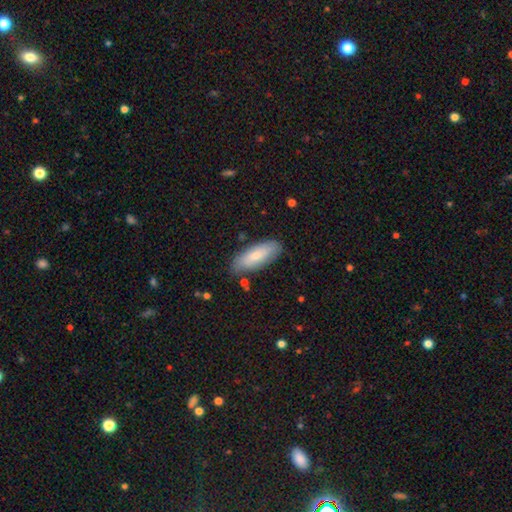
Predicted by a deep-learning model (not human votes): The model was most divided on "how rounded": in between: 72%, cigar-shaped: 27%, round: 2%. More confident: merging — none (81%); smooth or featured — smooth (74%).